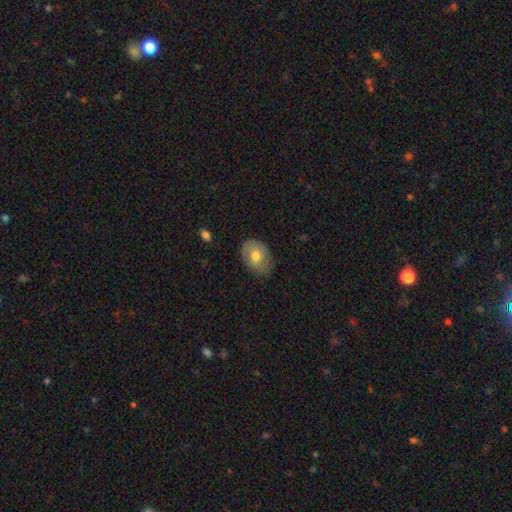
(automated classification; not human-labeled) Smooth or featured? Predicted: smooth (p=0.66). How rounded? Predicted: in between (p=0.75). Merging? Predicted: none (p=0.78).